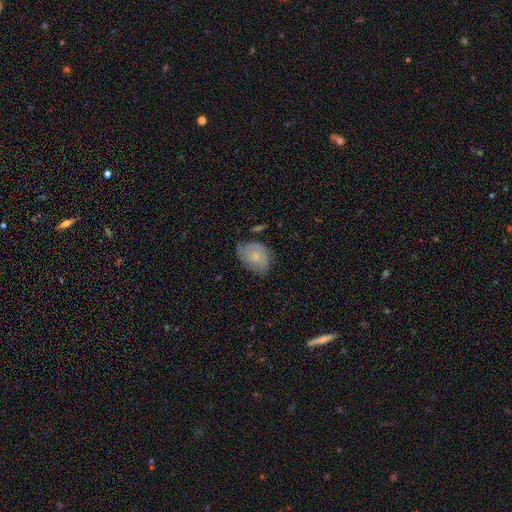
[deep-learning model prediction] Morphology: type=smooth (55%); roundness=in between (75%); merging=none (56%).